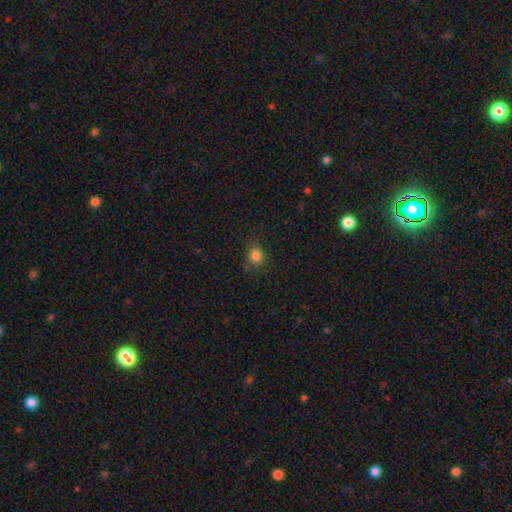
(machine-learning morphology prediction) This appears to be a smooth galaxy with no disk features (83%) that is round (74%). Merging: none (77%).